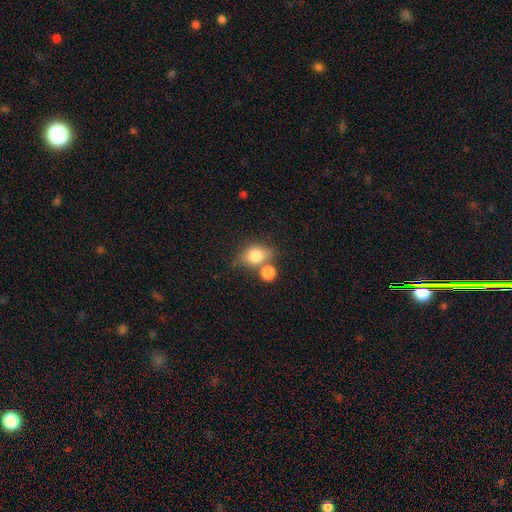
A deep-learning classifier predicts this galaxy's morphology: Overall: smooth (79%). How rounded: in between (55%; round 43%). Merging: none (51%; merger 30%).